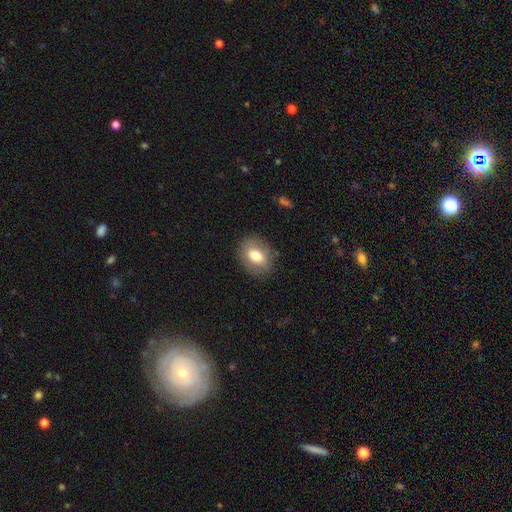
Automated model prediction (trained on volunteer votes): A smooth galaxy with no disk features (74%) that is in between round and cigar-shaped (70%).

Vote fractions:
- Smooth or featured? smooth: 74% / featured or disk: 18% / star or artifact: 8%
- How rounded? in between: 70% / round: 29% / cigar-shaped: 1%
- Merging? none: 83% / minor disturbance: 12% / major disturbance: 4% / merger: 1%